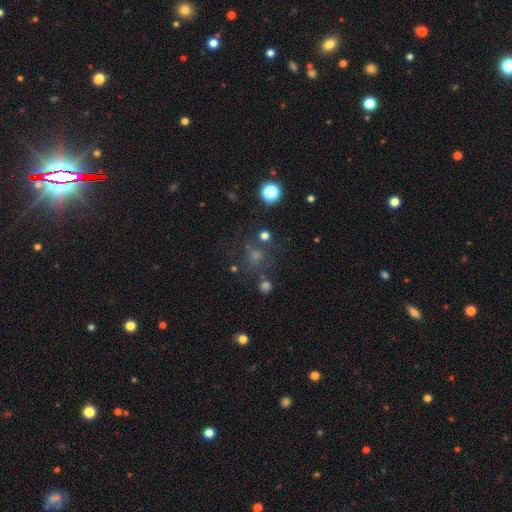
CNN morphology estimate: A star or artifact, not a galaxy (44%).